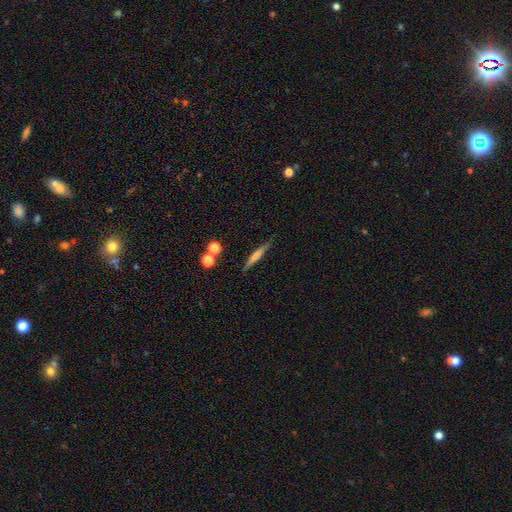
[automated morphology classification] smooth 47%, featured or disk 46%, star or artifact 8%. Down the decision tree: merging — none (85%).